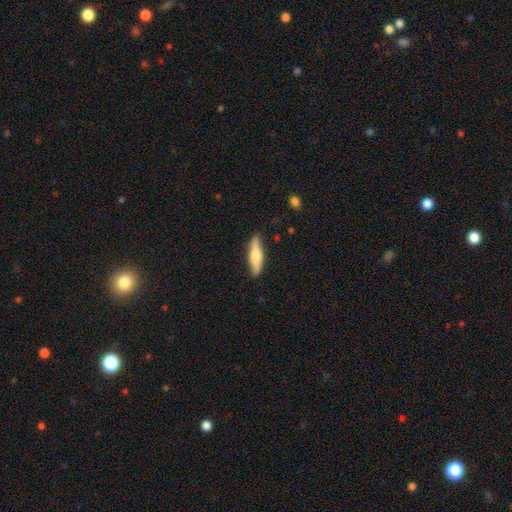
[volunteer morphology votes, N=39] This appears to be a smooth galaxy with no disk features (54%) that is cigar-shaped (76%). Merging: none (94%).